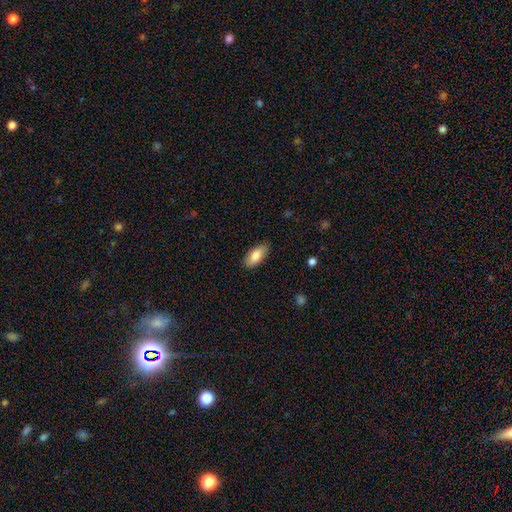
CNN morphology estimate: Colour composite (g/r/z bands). It shows a smooth galaxy with no disk features (83%) that is in between round and cigar-shaped (87%). Merging: none (85%).